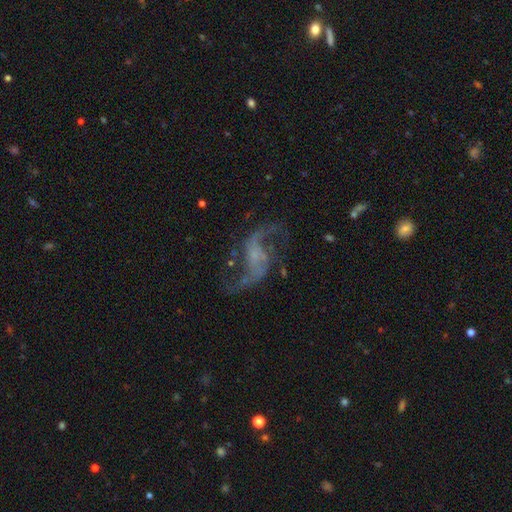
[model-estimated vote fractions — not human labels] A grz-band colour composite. It shows a featured or disk galaxy (86%) with no bar (46%), 2 (92%) loose (78%) spiral arms (95%) and no central bulge (46%). Merging: none (65%).